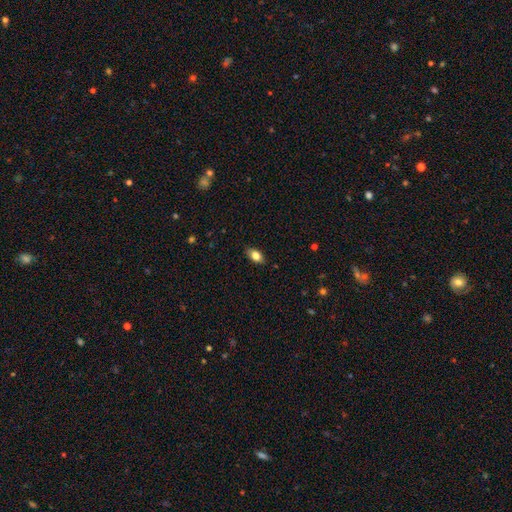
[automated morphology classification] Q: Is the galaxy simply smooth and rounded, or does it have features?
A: smooth — 81%.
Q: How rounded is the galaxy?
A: in between — 88%.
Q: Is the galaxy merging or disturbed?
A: none — 86%.